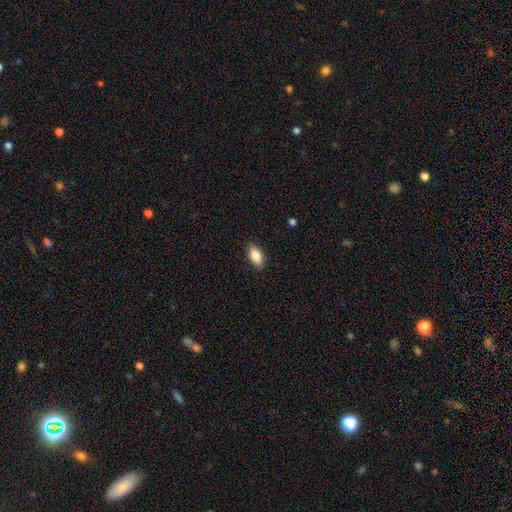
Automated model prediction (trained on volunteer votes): Morphology: type=smooth (85%); roundness=in between (89%); merging=none (87%).